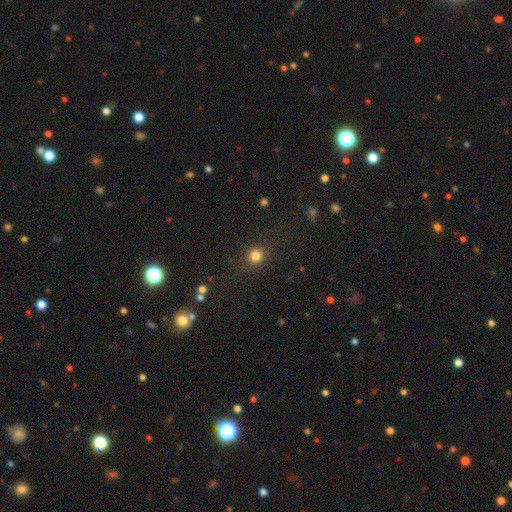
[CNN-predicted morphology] A smooth galaxy with no disk features (82%) that is round (89%).

Vote fractions:
- Smooth or featured? smooth: 82% / star or artifact: 13% / featured or disk: 5%
- How rounded? round: 89% / in between: 10% / cigar-shaped: 1%
- Merging? none: 88% / minor disturbance: 7% / major disturbance: 4% / merger: 2%